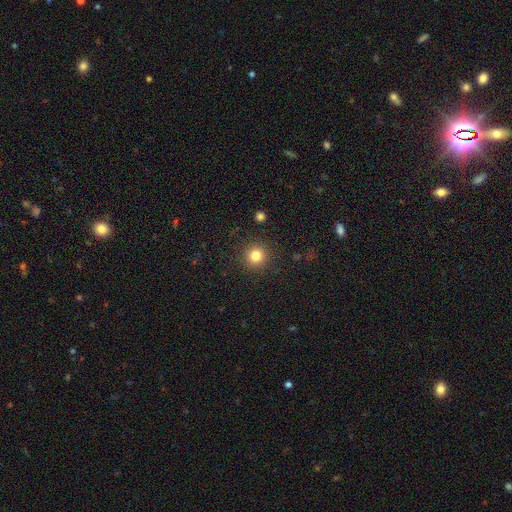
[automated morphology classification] Overall: smooth (82%). How rounded: round (94%). Merging: none (90%).